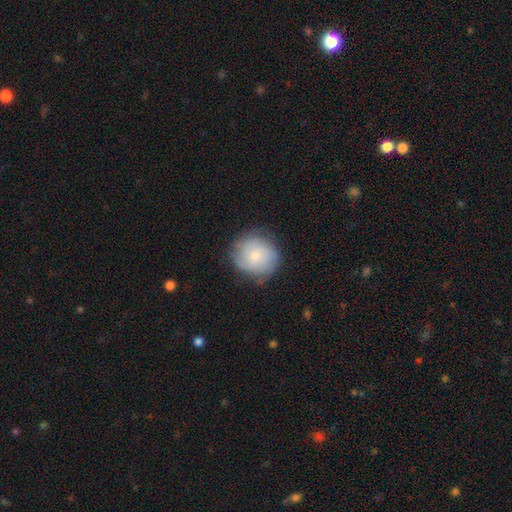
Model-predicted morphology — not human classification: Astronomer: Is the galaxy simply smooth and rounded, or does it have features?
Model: smooth — 55% (runner-up: featured or disk, 37%).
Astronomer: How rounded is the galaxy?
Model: round — 89%.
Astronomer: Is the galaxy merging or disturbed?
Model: none — 72%.